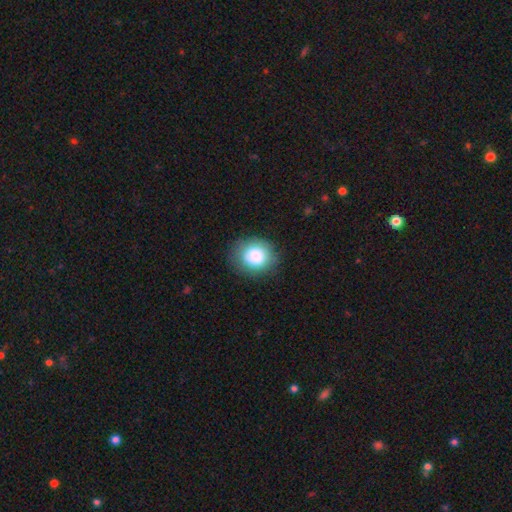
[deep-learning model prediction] Smooth or featured? smooth (81%)
How rounded? round (75%)
Merging? none (82%)